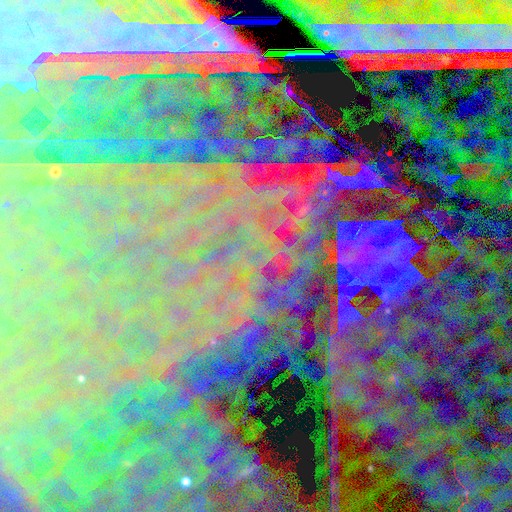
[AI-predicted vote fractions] Smooth or featured: star or artifact — 87% (featured or disk — 7%)